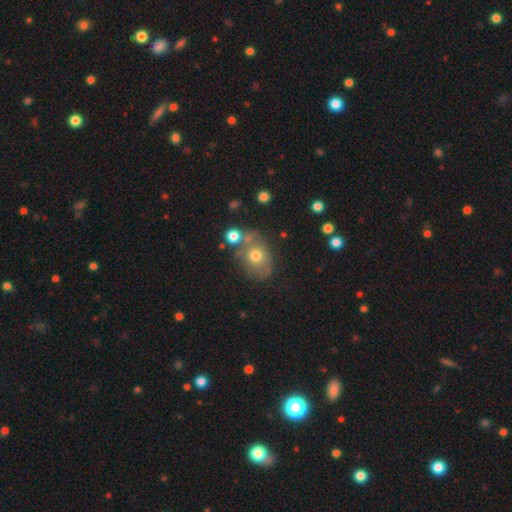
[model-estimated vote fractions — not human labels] Smooth or featured? Predicted: smooth (p=0.68). How rounded? Predicted: round (p=0.51). Merging? Predicted: none (p=0.56).